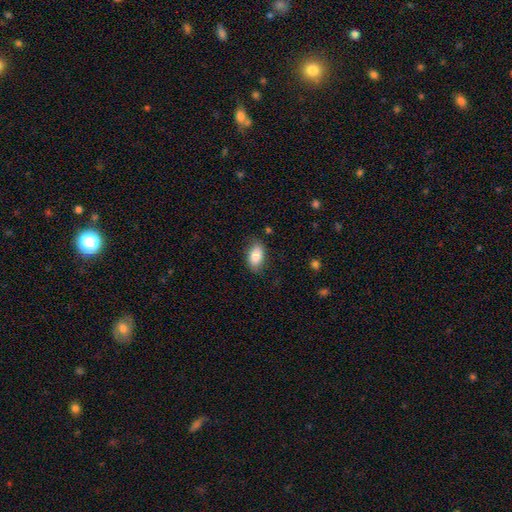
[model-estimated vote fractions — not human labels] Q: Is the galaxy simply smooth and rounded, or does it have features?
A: smooth — 84%.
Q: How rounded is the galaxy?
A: in between — 92%.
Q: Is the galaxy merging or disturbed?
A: none — 80%.